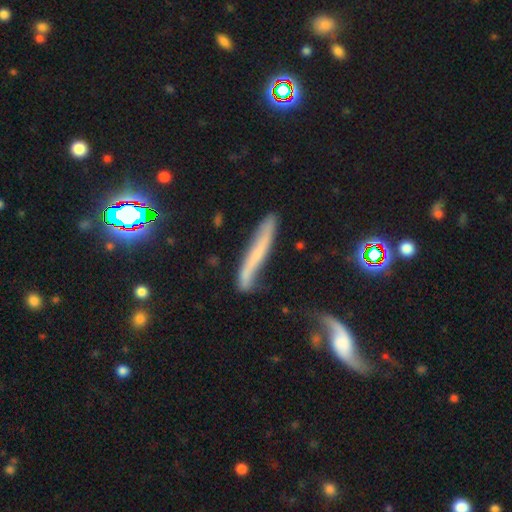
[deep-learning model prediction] Smooth or featured: featured or disk — 46% (smooth — 43%)
Merging: none — 62% (minor disturbance — 24%)